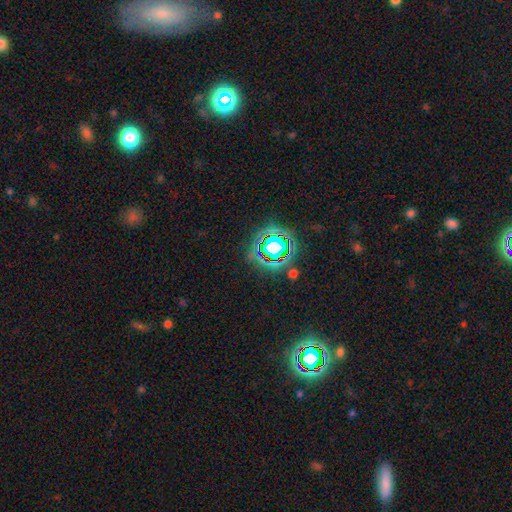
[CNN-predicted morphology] Smooth or featured: star or artifact — 77% (smooth — 14%)